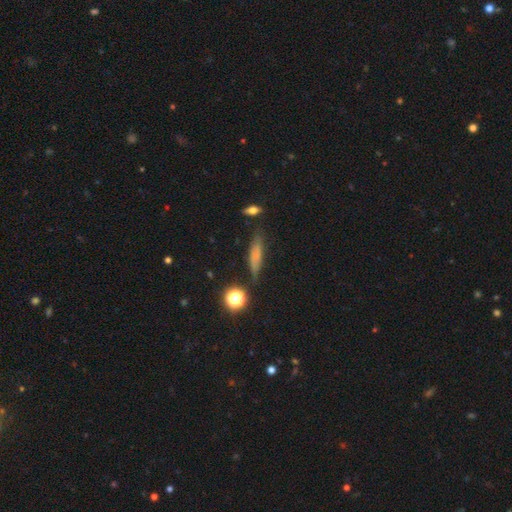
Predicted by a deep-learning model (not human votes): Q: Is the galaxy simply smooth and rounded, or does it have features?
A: smooth — 65%.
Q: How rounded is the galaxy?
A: cigar-shaped — 75%.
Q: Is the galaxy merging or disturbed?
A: none — 73%.